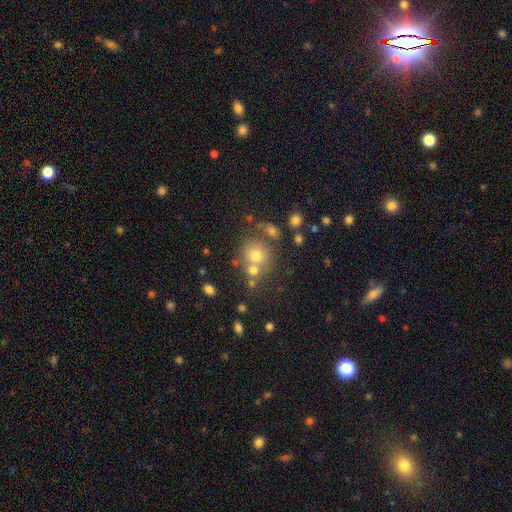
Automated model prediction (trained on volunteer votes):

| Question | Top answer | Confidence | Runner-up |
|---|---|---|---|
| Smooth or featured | smooth | 67% | star or artifact (17%) |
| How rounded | round | 84% | in between (15%) |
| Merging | none | 55% | merger (28%) |